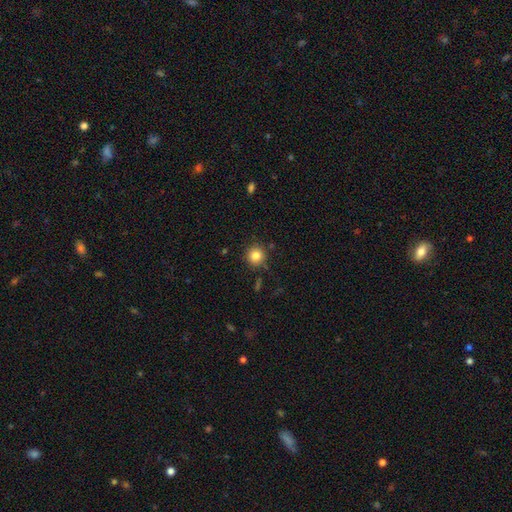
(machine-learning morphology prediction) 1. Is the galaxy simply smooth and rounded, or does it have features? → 83% smooth, 11% star or artifact, 6% featured or disk.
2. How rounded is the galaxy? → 93% round, 6% in between, 1% cigar-shaped.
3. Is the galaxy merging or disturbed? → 86% none, 8% minor disturbance, 3% major disturbance, 3% merger.